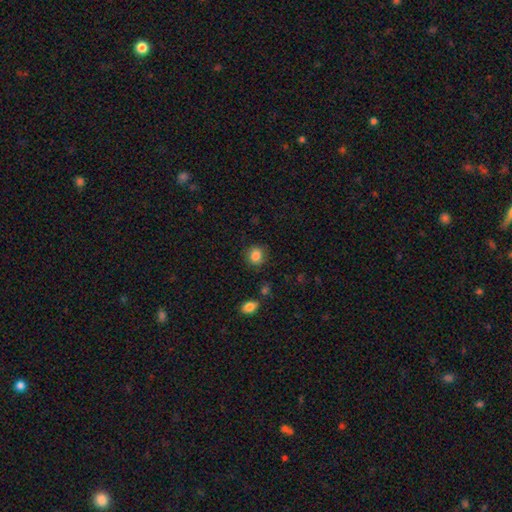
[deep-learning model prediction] Morphology: type=smooth (85%); roundness=round (74%); merging=none (85%).